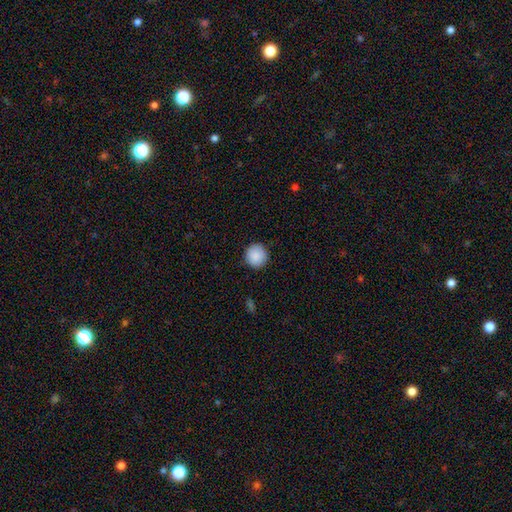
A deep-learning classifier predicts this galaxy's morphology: Smooth or featured?
  - smooth: 89% *
  - star or artifact: 7%
  - featured or disk: 3%
How rounded?
  - round: 95% *
  - in between: 5%
  - cigar-shaped: 1%
Merging?
  - none: 90% *
  - minor disturbance: 7%
  - major disturbance: 2%
  - merger: 1%